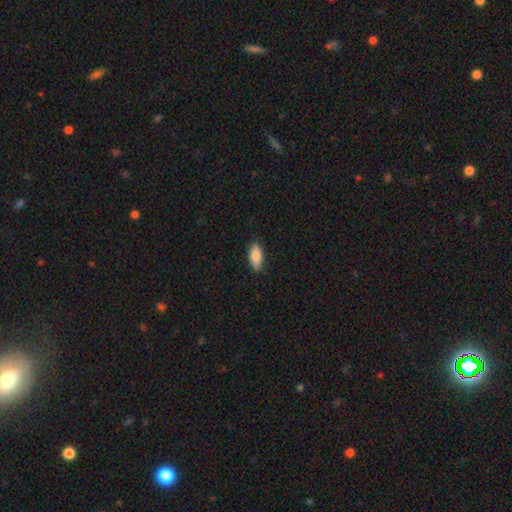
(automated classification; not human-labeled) Overall: smooth (85%). How rounded: in between (85%). Merging: none (82%).